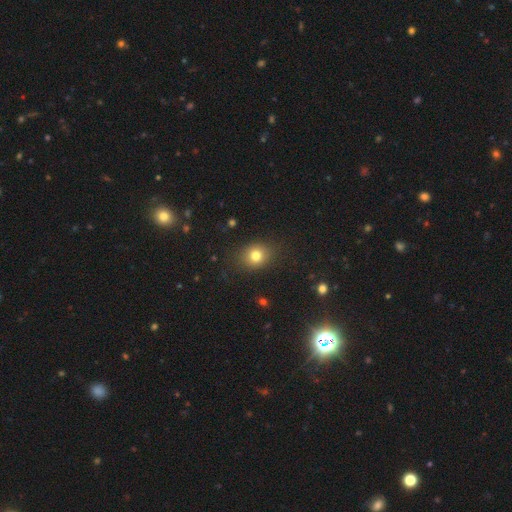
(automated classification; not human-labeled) smooth 78%, star or artifact 13%, featured or disk 9%. Down the decision tree: how rounded — round (62%); merging — none (83%).